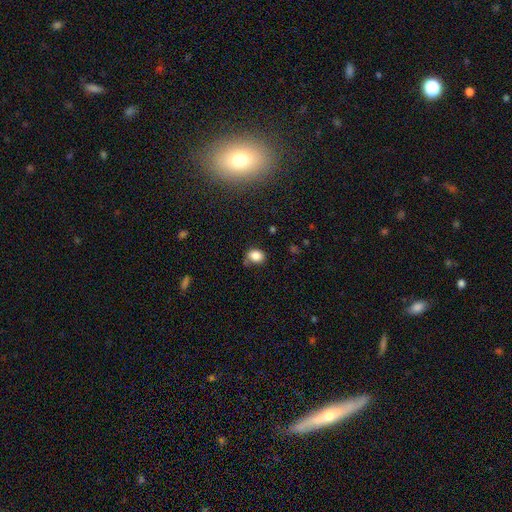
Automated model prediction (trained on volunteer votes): A smooth galaxy with no disk features (84%) that is round (50%).

Vote fractions:
- Smooth or featured? smooth: 84% / star or artifact: 10% / featured or disk: 6%
- How rounded? round: 50% / in between: 49% / cigar-shaped: 1%
- Merging? none: 61% / minor disturbance: 27% / major disturbance: 7% / merger: 5%